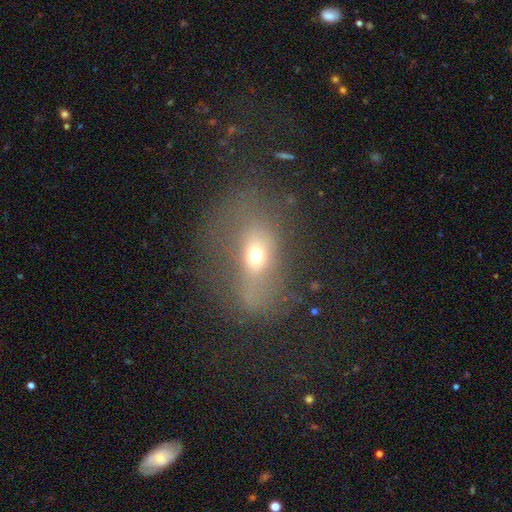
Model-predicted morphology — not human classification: The model was most divided on "merging": none: 42%, major disturbance: 31%, minor disturbance: 22%, merger: 4%. More confident: how rounded — in between (67%); smooth or featured — smooth (55%).